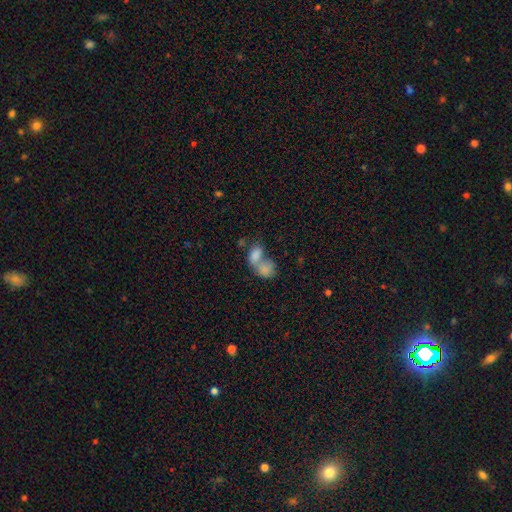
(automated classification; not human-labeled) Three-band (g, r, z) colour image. It shows a smooth galaxy with no disk features (77%) that is in between round and cigar-shaped (79%). Merging: merger (73%).